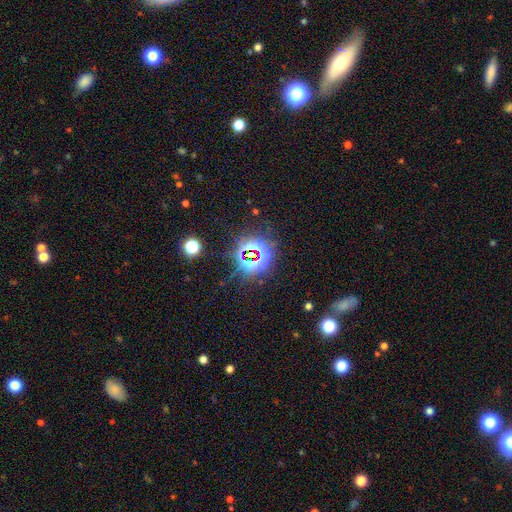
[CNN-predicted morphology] smooth-or-featured: star or artifact: 80% | smooth: 13% | featured or disk: 8%